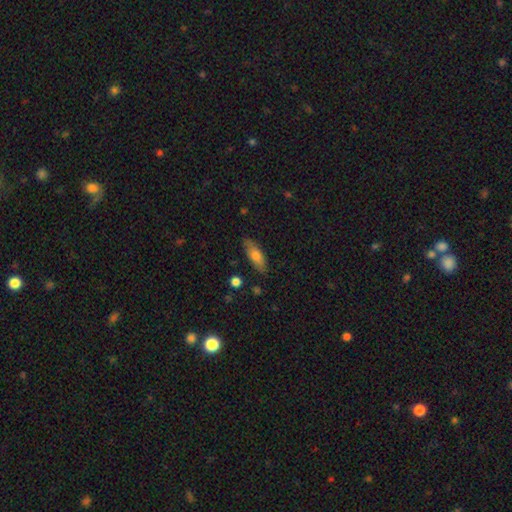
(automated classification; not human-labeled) Smooth or featured?
  - smooth: 71% *
  - featured or disk: 23%
  - star or artifact: 7%
How rounded?
  - in between: 64% *
  - cigar-shaped: 33%
  - round: 3%
Merging?
  - none: 83% *
  - minor disturbance: 13%
  - major disturbance: 3%
  - merger: 2%